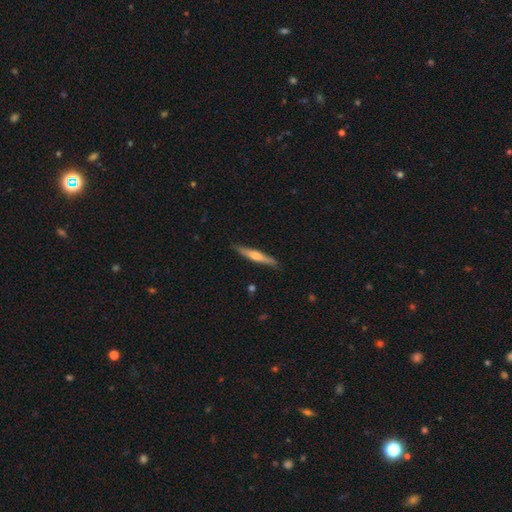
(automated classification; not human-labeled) featured or disk 53%, smooth 42%, star or artifact 5%. Down the decision tree: edge-on disk — yes (96%); edge-on bulge — rounded (77%); merging — none (87%).